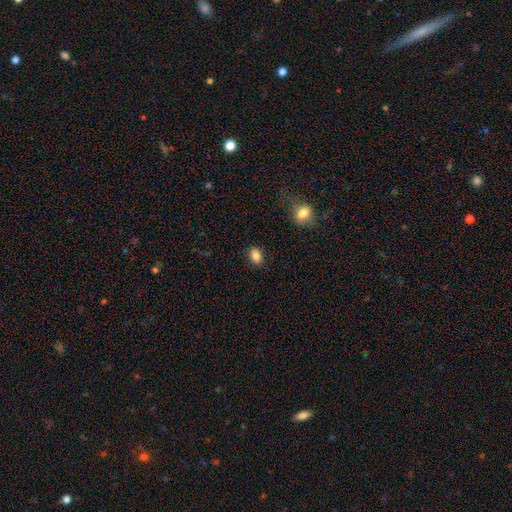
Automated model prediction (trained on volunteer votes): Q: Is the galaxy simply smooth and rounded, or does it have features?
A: smooth — 86%.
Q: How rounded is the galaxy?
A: in between — 74%.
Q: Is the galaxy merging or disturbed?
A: none — 87%.